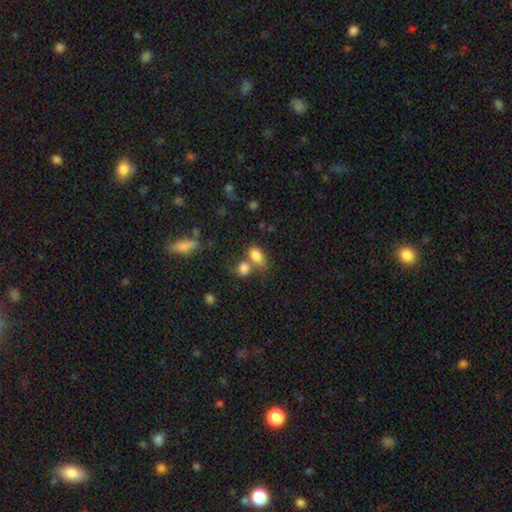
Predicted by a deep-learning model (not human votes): Morphology: type=smooth (81%); roundness=in between (85%); merging=merger (42%).